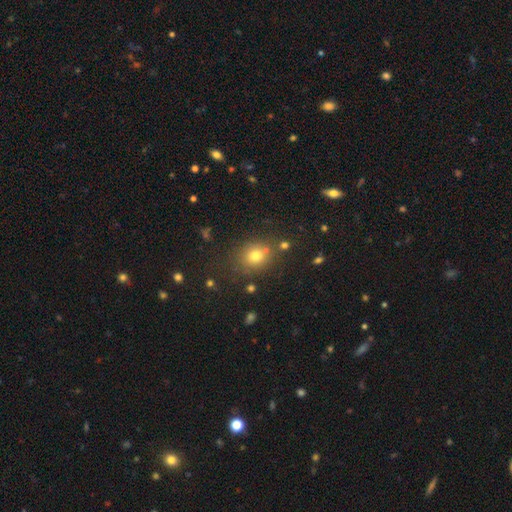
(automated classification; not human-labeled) This is likely a smooth galaxy (73%). How rounded: likely round (68%). Merging: likely none (74%).